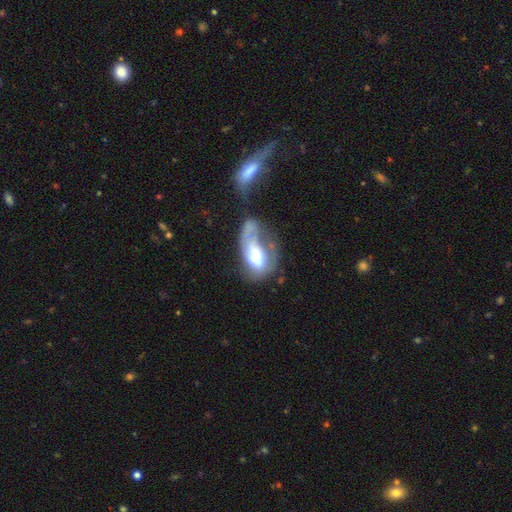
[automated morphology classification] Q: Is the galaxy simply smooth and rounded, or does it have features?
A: featured or disk — 46%, tied with smooth.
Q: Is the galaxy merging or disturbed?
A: major disturbance — 44%.